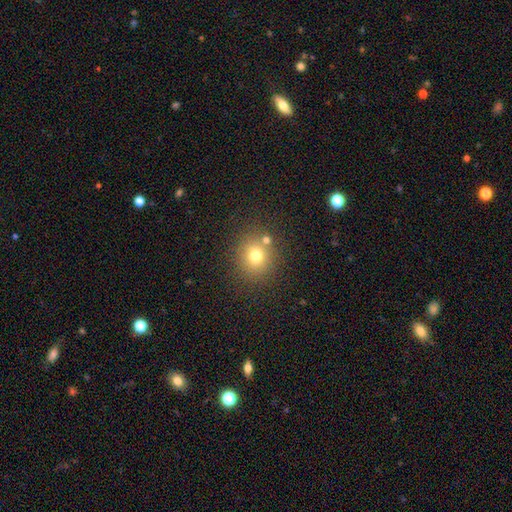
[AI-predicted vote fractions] Smooth or featured?
  - smooth: 73% *
  - star or artifact: 16%
  - featured or disk: 11%
How rounded?
  - round: 85% *
  - in between: 14%
  - cigar-shaped: 1%
Merging?
  - none: 75% *
  - merger: 11%
  - minor disturbance: 10%
  - major disturbance: 4%